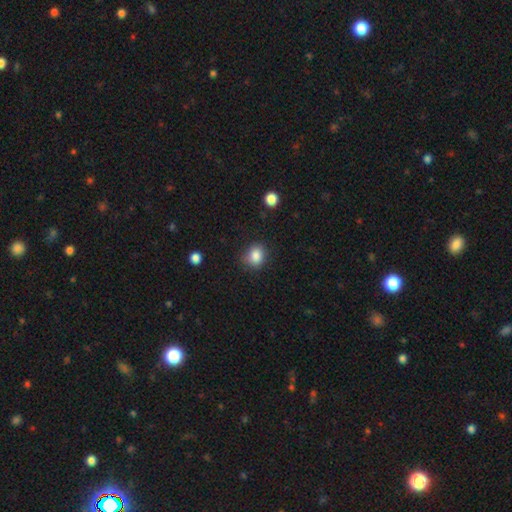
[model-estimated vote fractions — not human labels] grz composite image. It shows a smooth galaxy with no disk features (85%) that is round (67%). Merging: none (78%).